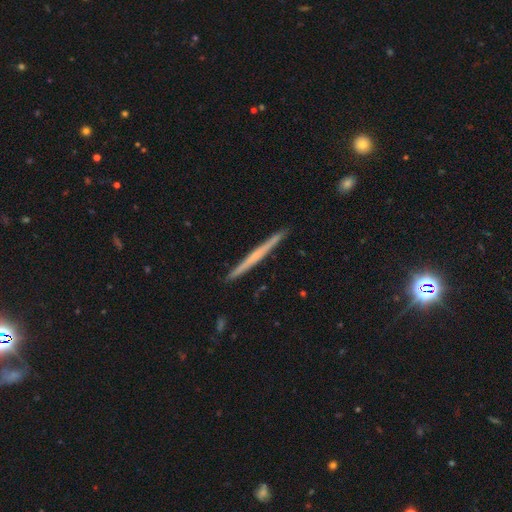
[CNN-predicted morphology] type=featured or disk (58%); edge-on=yes (98%); edge-on bulge=none (77%); merging=none (92%).